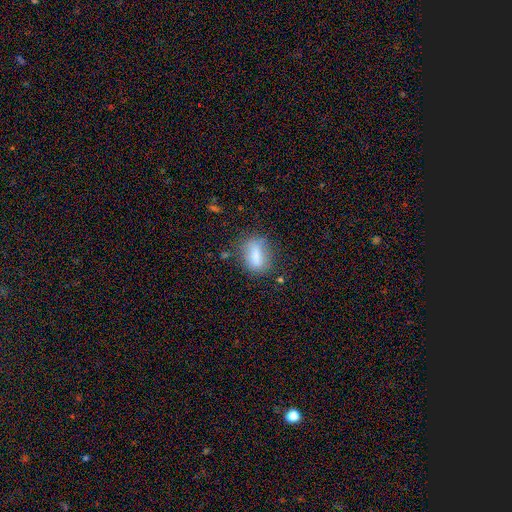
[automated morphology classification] smooth 72%, featured or disk 18%, star or artifact 10%. Down the decision tree: how rounded — in between (73%); merging — none (61%).